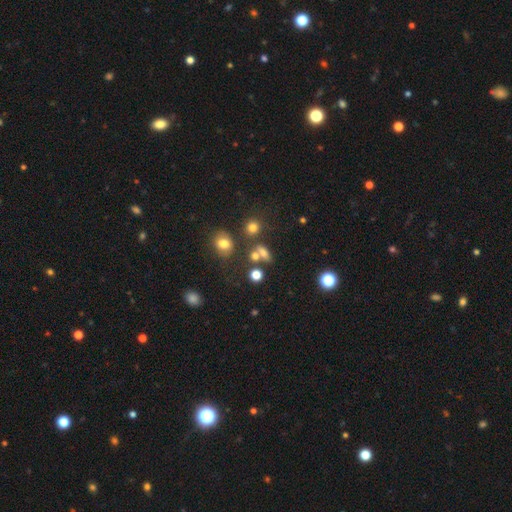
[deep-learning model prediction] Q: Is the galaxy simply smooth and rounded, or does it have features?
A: smooth — 66%.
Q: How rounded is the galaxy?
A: in between — 48%.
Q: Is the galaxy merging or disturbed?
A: none — 50%.